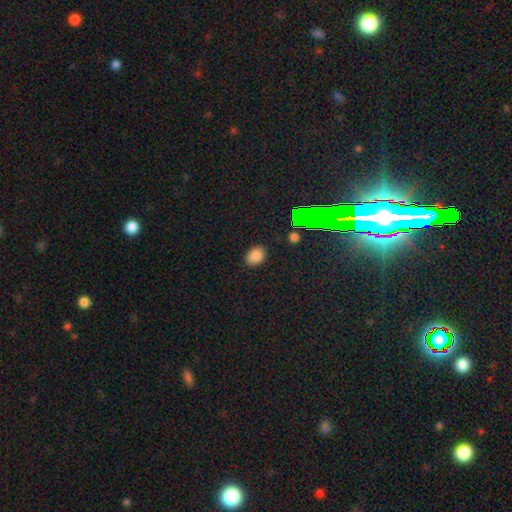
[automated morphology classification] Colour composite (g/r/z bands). It shows a smooth galaxy with no disk features (81%) that is in between round and cigar-shaped (64%). Merging: none (85%).